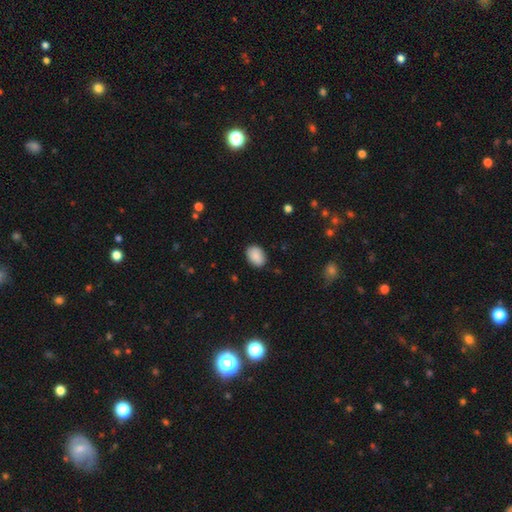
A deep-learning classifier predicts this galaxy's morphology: smooth-or-featured: smooth: 89% | star or artifact: 7% | featured or disk: 4%
  how-rounded: in between: 79% | round: 20% | cigar-shaped: 1%
  merging: none: 85% | minor disturbance: 12% | major disturbance: 2% | merger: 1%